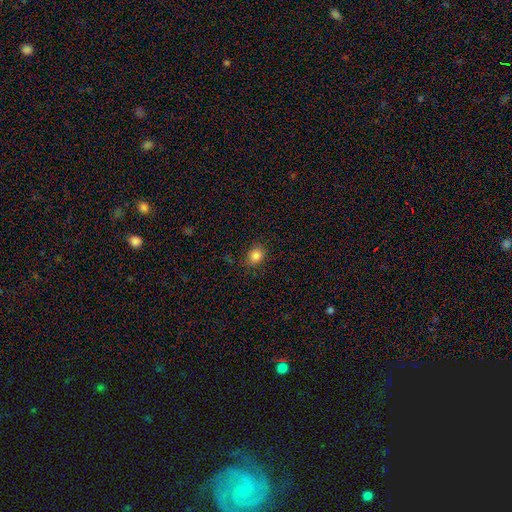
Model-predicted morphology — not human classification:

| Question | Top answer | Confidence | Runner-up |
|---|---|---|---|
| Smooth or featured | smooth | 84% | star or artifact (11%) |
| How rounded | round | 60% | in between (39%) |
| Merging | none | 81% | minor disturbance (14%) |